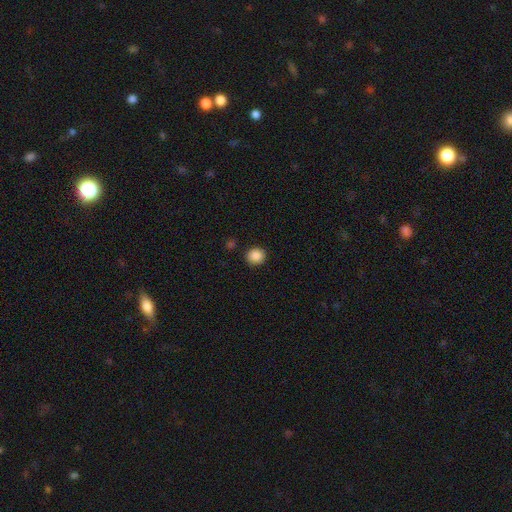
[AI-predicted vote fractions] Smooth or featured? Predicted: smooth (p=0.88). How rounded? Predicted: round (p=0.90). Merging? Predicted: none (p=0.90).